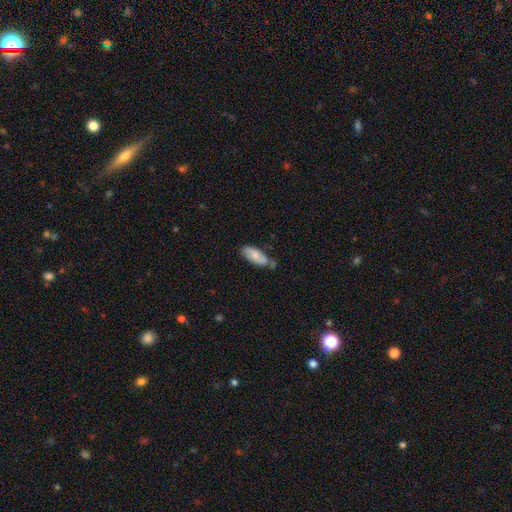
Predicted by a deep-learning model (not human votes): Morphology: type=smooth (73%); roundness=in between (81%); merging=none (54%).